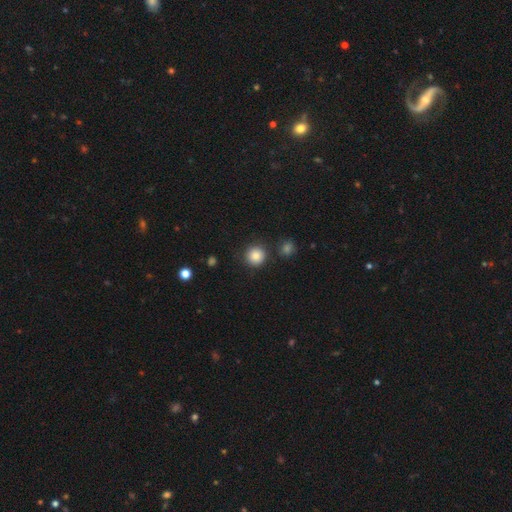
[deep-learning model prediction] A smooth galaxy with no disk features (84%) that is round (93%). Merging: none (86%).